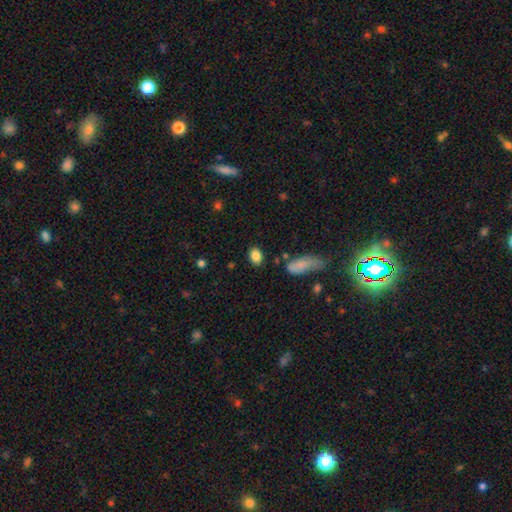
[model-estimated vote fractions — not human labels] This is clearly a smooth galaxy (85%). How rounded: likely in between (79%). Merging: clearly none (82%).